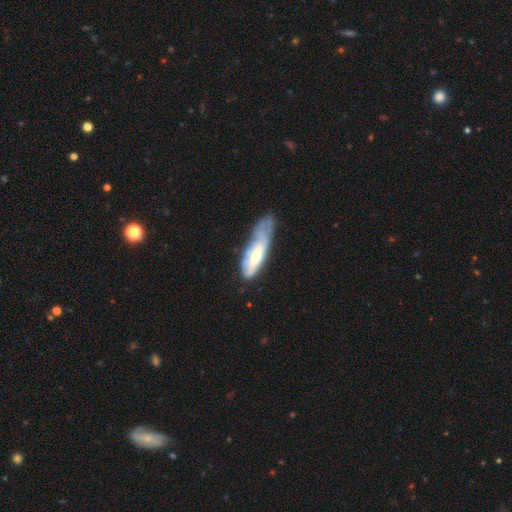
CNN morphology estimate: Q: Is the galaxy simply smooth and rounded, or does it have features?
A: featured or disk — 48%.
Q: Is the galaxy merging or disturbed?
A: none — 37%.